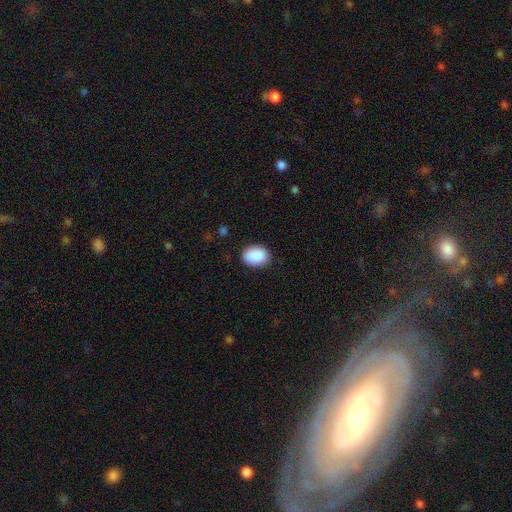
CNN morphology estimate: Q: Smooth or featured?
A: smooth (90%); runner-up: star or artifact (7%)
Q: How rounded?
A: in between (77%); runner-up: round (22%)
Q: Merging?
A: none (86%); runner-up: minor disturbance (11%)